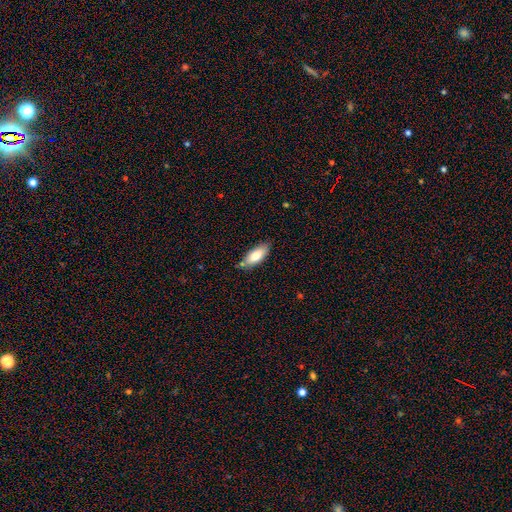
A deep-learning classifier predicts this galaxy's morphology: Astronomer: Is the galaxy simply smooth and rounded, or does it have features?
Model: smooth — 77%.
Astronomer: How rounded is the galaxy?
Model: in between — 77%.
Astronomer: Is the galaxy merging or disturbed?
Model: none — 75%.